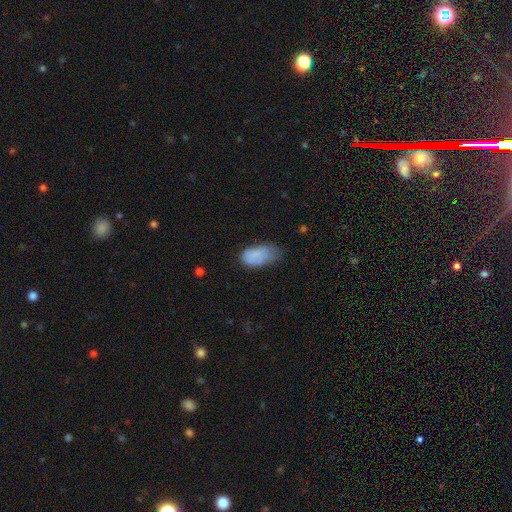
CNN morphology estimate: Smooth or featured?
  - smooth: 74% *
  - featured or disk: 17%
  - star or artifact: 9%
How rounded?
  - in between: 93% *
  - round: 4%
  - cigar-shaped: 2%
Merging?
  - minor disturbance: 44% *
  - none: 31%
  - major disturbance: 22%
  - merger: 3%